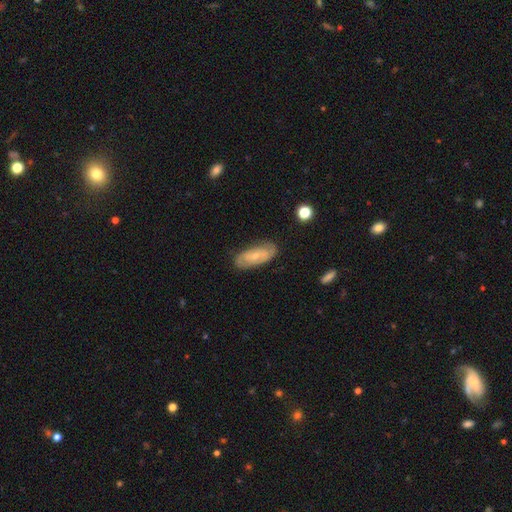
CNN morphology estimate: This appears to be a featured or disk galaxy (59%) with no bar (59%), spiral arms (71%) and a small central bulge (64%). Merging: none (77%).